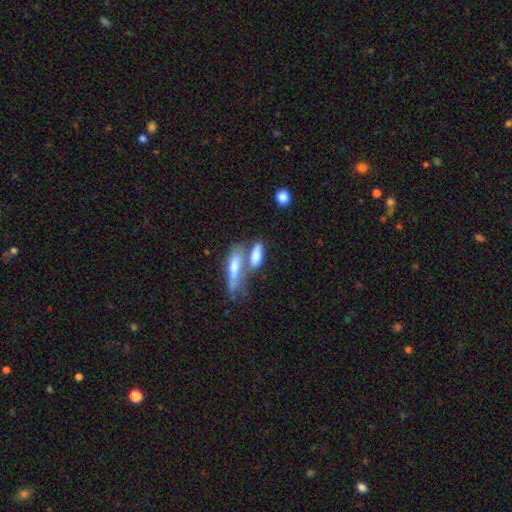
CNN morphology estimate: Q: Smooth or featured?
A: smooth (72%); runner-up: featured or disk (21%)
Q: How rounded?
A: in between (64%); runner-up: cigar-shaped (32%)
Q: Merging?
A: merger (50%); runner-up: none (31%)